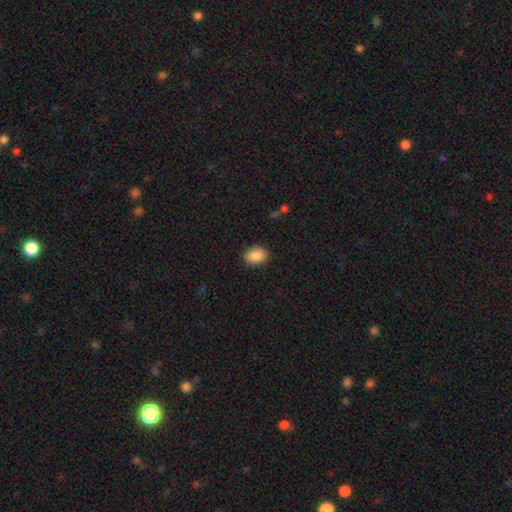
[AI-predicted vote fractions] This appears to be a smooth galaxy with no disk features (88%) that is in between round and cigar-shaped (67%). Merging: none (89%).